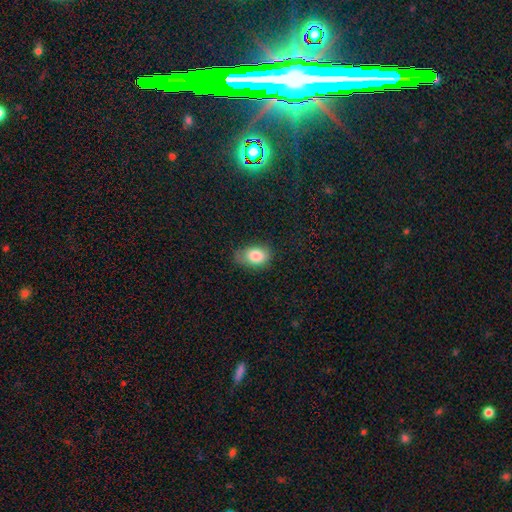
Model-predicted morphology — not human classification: smooth-or-featured: smooth: 83% | featured or disk: 9% | star or artifact: 8%
  how-rounded: in between: 82% | round: 17% | cigar-shaped: 1%
  merging: none: 58% | minor disturbance: 32% | major disturbance: 9% | merger: 2%